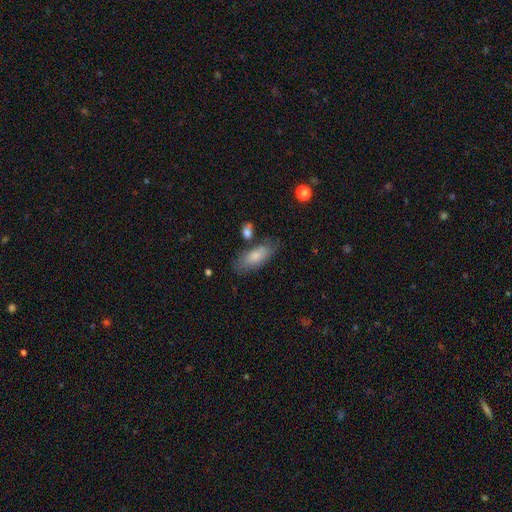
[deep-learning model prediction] Overall: smooth (77%). How rounded: in between (81%). Merging: none (68%).